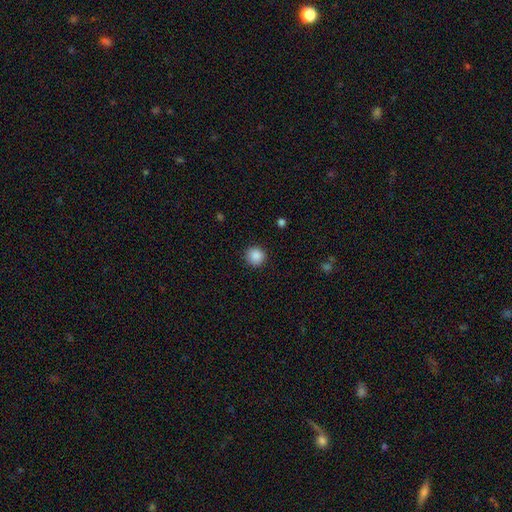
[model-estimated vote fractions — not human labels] This appears to be a smooth galaxy with no disk features (88%) that is round (93%). Merging: none (91%).